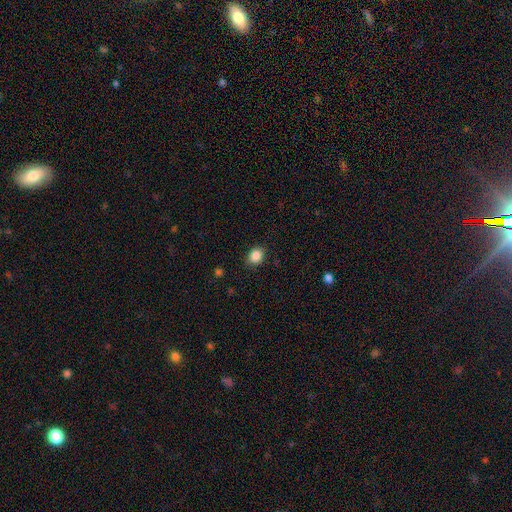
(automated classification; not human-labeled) Smooth or featured?
  - smooth: 87% *
  - star or artifact: 9%
  - featured or disk: 4%
How rounded?
  - round: 57% *
  - in between: 42%
  - cigar-shaped: 1%
Merging?
  - none: 87% *
  - minor disturbance: 10%
  - major disturbance: 3%
  - merger: 1%